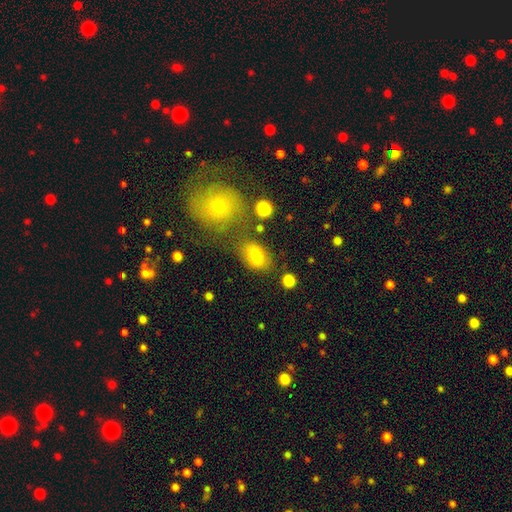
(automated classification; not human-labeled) Smooth or featured? Predicted: smooth (p=0.76). How rounded? Predicted: in between (p=0.81). Merging? Predicted: none (p=0.68).